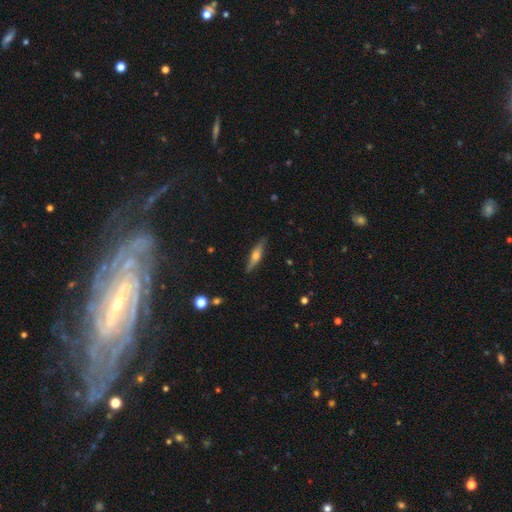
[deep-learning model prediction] The model was most divided on "smooth or featured": featured or disk: 60%, smooth: 34%, star or artifact: 6%. More confident: edge-on disk — yes (93%); edge-on bulge — rounded (91%); merging — none (86%).